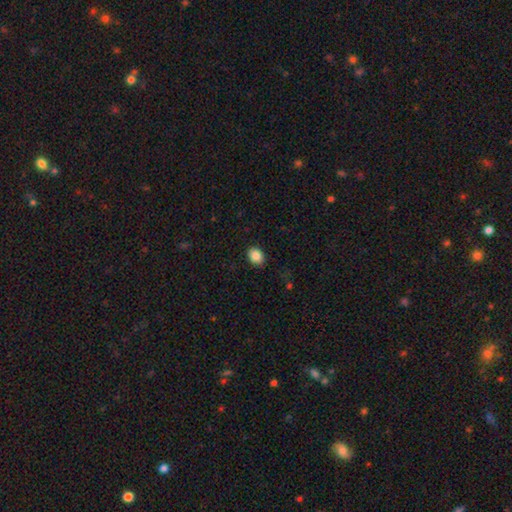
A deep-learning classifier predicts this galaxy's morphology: Smooth or featured? smooth (87%)
How rounded? in between (59%)
Merging? none (88%)